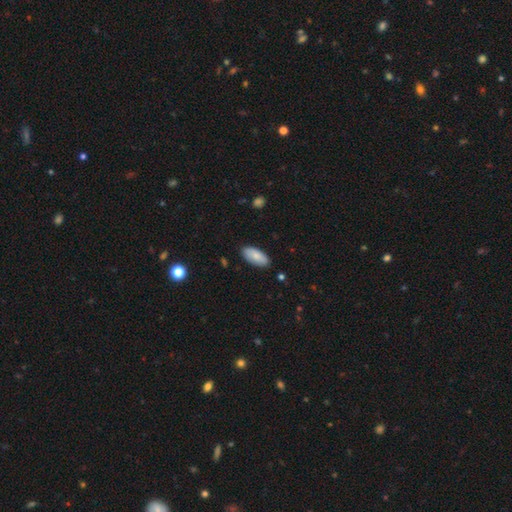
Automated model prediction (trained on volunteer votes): The model was most divided on "smooth or featured": smooth: 83%, featured or disk: 11%, star or artifact: 6%. More confident: how rounded — in between (89%); merging — none (86%).